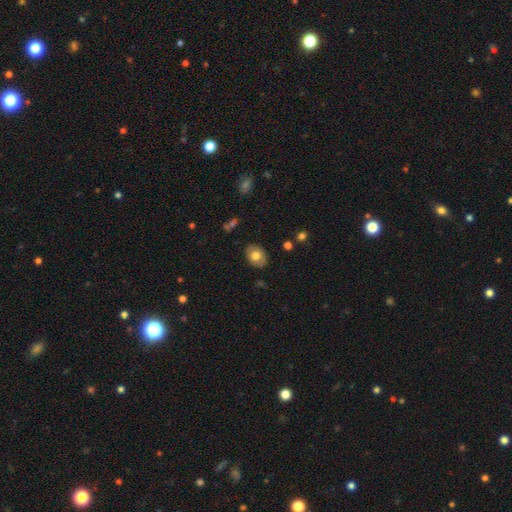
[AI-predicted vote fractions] A smooth galaxy with no disk features (74%) that is in between round and cigar-shaped (69%).

Vote fractions:
- Smooth or featured? smooth: 74% / featured or disk: 19% / star or artifact: 7%
- How rounded? in between: 69% / round: 30% / cigar-shaped: 1%
- Merging? none: 85% / minor disturbance: 11% / major disturbance: 2% / merger: 1%